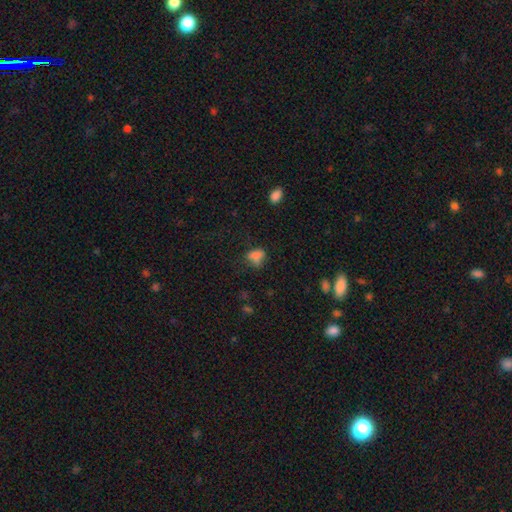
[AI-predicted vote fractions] Overall: smooth (76%). How rounded: in between (73%). Merging: none (44%; minor disturbance 29%).